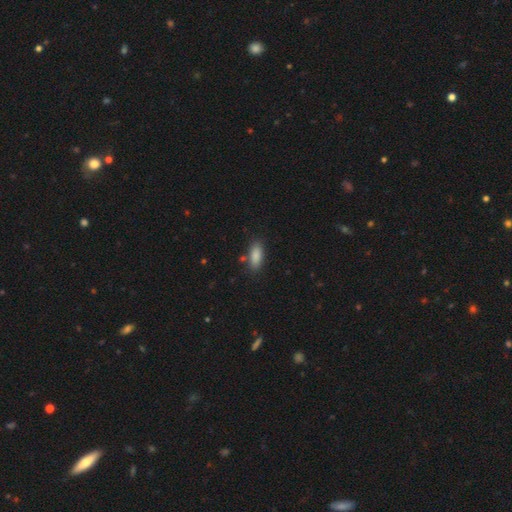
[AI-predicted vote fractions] Q: Smooth or featured?
A: smooth (88%); runner-up: star or artifact (7%)
Q: How rounded?
A: in between (80%); runner-up: cigar-shaped (18%)
Q: Merging?
A: none (81%); runner-up: minor disturbance (13%)